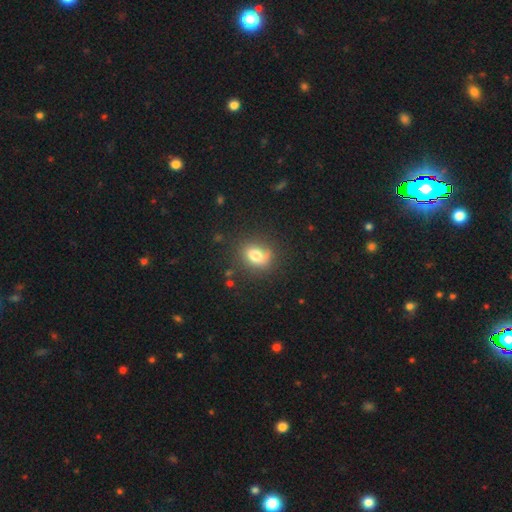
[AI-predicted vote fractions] Morphology: type=smooth (73%); roundness=in between (59%); merging=none (68%).